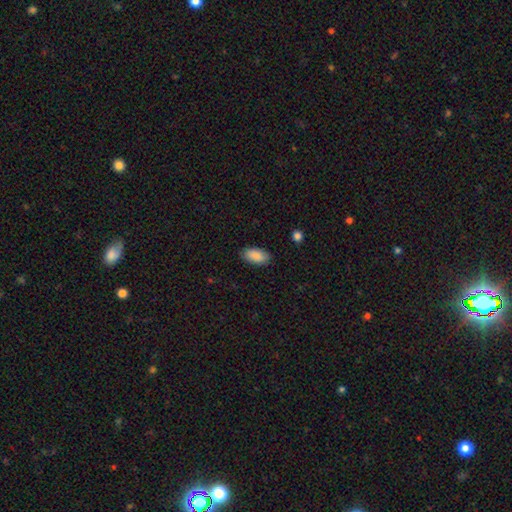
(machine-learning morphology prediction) This appears to be a smooth galaxy with no disk features (87%) that is in between round and cigar-shaped (93%). Merging: none (87%).